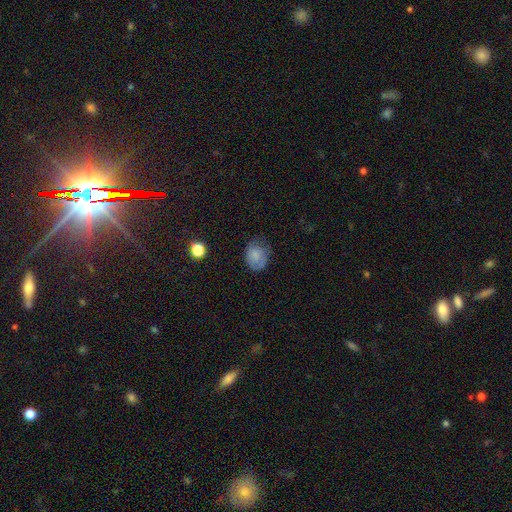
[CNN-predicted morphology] The model was most divided on "how rounded": in between: 50%, round: 49%, cigar-shaped: 1%. More confident: smooth or featured — smooth (73%); merging — none (56%).